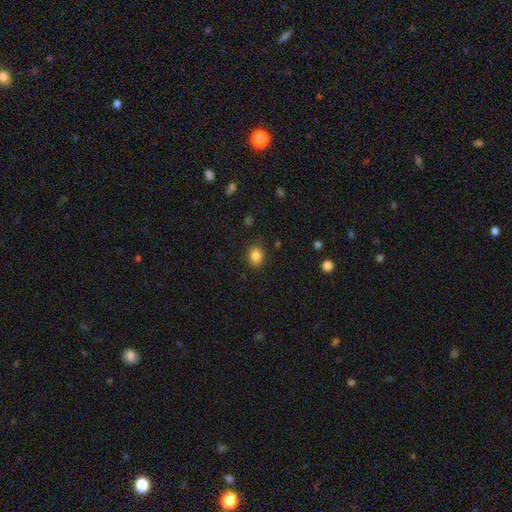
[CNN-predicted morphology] Q: Smooth or featured?
A: smooth (85%); runner-up: star or artifact (10%)
Q: How rounded?
A: in between (52%); runner-up: round (48%)
Q: Merging?
A: none (86%); runner-up: minor disturbance (10%)